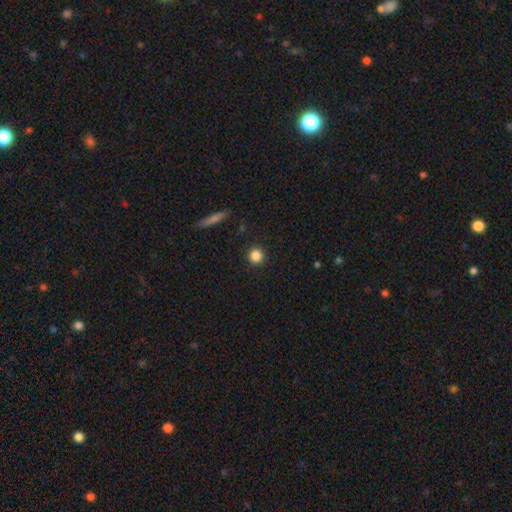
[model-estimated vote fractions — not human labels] The model was most divided on "smooth or featured": smooth: 85%, star or artifact: 11%, featured or disk: 4%. More confident: how rounded — round (93%); merging — none (92%).